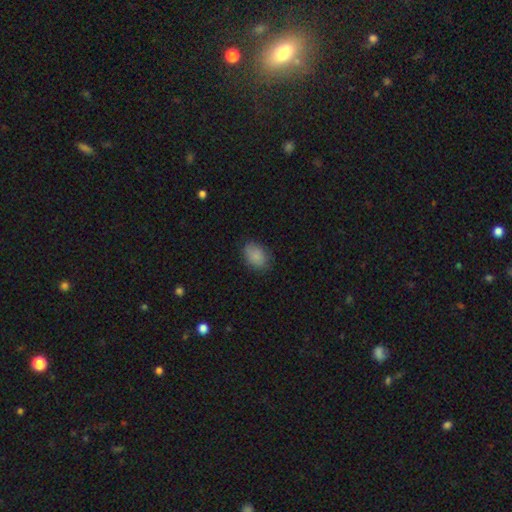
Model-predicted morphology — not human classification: smooth 86%, star or artifact 8%, featured or disk 6%. Down the decision tree: how rounded — in between (79%); merging — none (78%).